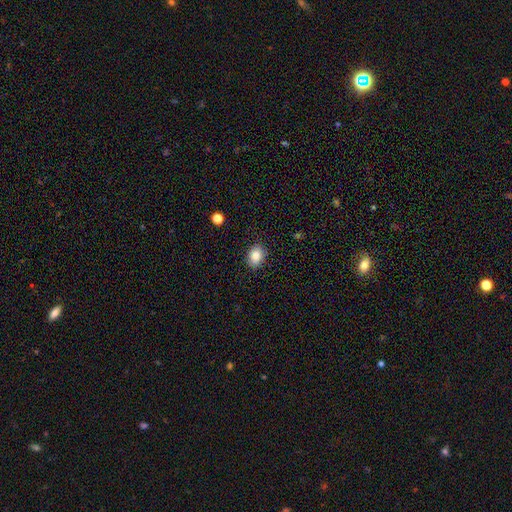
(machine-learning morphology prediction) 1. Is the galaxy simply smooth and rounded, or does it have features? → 86% smooth, 9% star or artifact, 5% featured or disk.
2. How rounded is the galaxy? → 63% in between, 36% round, 1% cigar-shaped.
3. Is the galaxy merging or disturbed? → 86% none, 10% minor disturbance, 3% major disturbance, 1% merger.